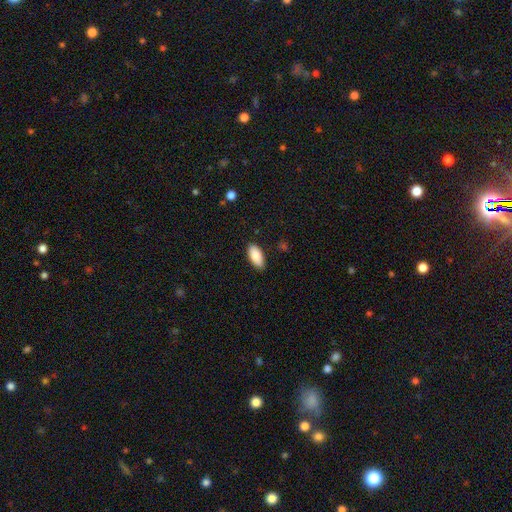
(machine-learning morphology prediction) smooth-or-featured: smooth: 87% | featured or disk: 7% | star or artifact: 6%
  how-rounded: in between: 91% | cigar-shaped: 7% | round: 2%
  merging: none: 86% | minor disturbance: 11% | major disturbance: 2% | merger: 1%